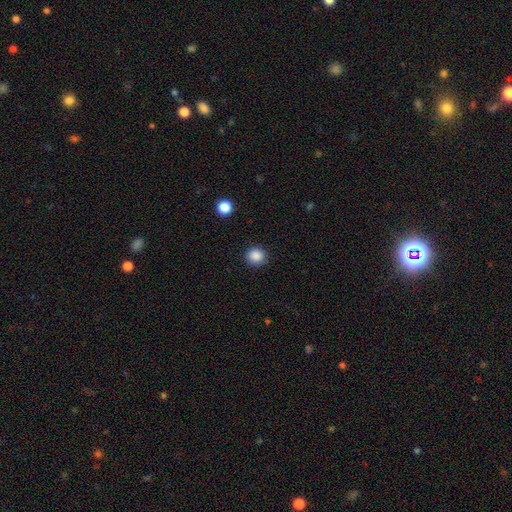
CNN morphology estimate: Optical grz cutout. It shows a smooth galaxy with no disk features (87%) that is round (88%). Merging: none (91%).